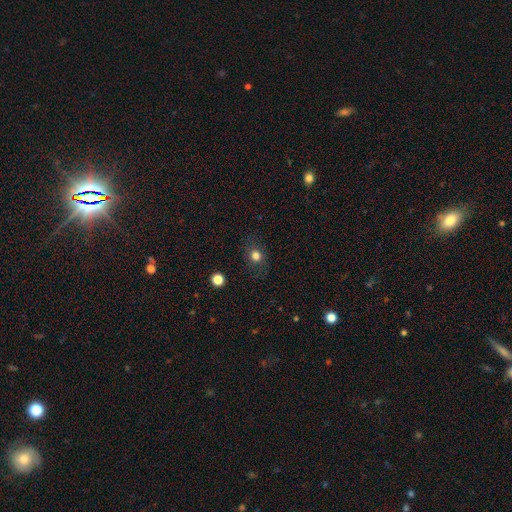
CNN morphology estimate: A smooth galaxy with no disk features (76%) that is round (77%).

Vote fractions:
- Smooth or featured? smooth: 76% / star or artifact: 16% / featured or disk: 9%
- How rounded? round: 77% / in between: 22% / cigar-shaped: 1%
- Merging? none: 81% / minor disturbance: 12% / major disturbance: 5% / merger: 1%